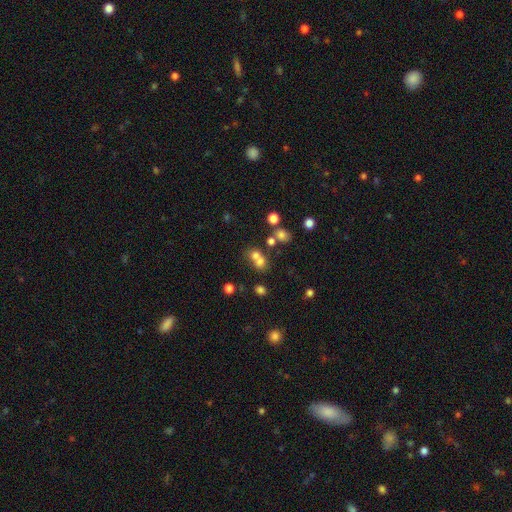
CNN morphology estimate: A smooth galaxy with no disk features (66%) that is round (72%). Merging: merger (54%).